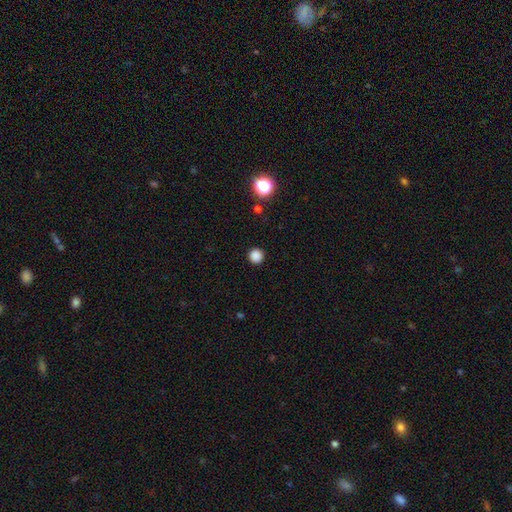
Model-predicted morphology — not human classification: A smooth galaxy with no disk features (85%) that is round (95%). Merging: none (92%).